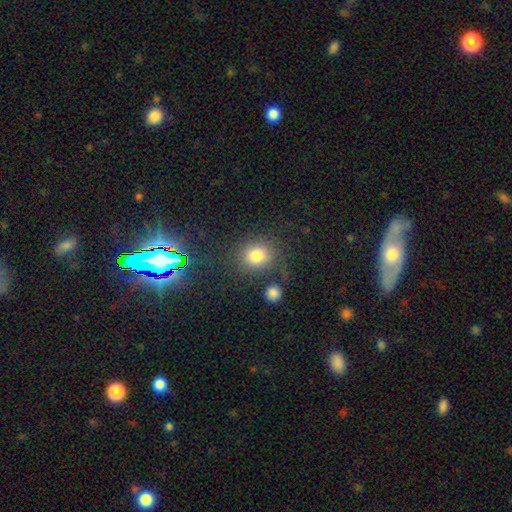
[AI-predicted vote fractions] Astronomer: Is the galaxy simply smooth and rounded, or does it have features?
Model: smooth — 78%.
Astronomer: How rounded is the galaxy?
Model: round — 72%.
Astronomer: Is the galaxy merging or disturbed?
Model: none — 74%.